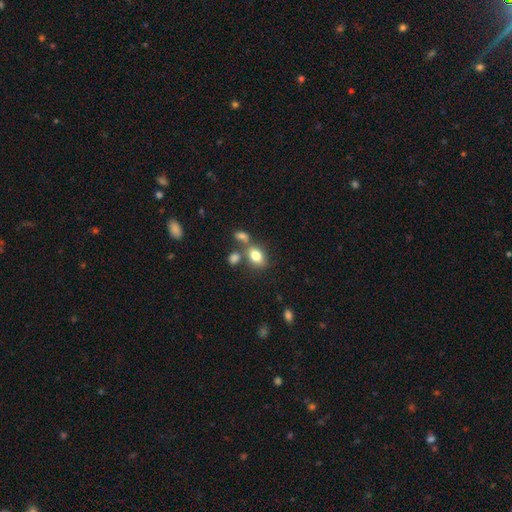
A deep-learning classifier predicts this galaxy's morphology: smooth 79%, featured or disk 11%, star or artifact 10%. Down the decision tree: how rounded — in between (79%); merging — none (54%).